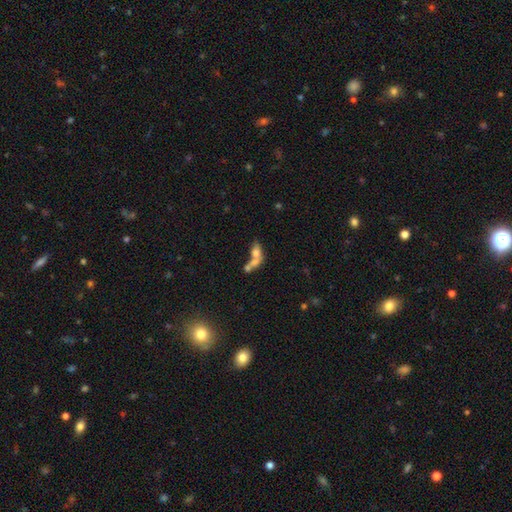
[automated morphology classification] The model was most divided on "smooth or featured": smooth: 57%, featured or disk: 31%, star or artifact: 12%. More confident: how rounded — in between (68%); merging — merger (63%).